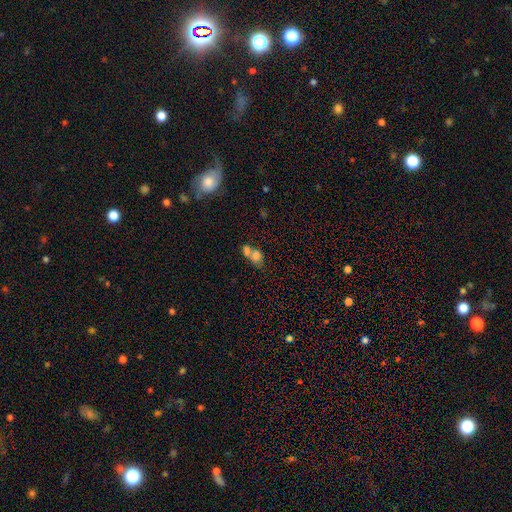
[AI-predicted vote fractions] This appears to be a smooth galaxy with no disk features (69%) that is round (50%). Merging: merger (64%).